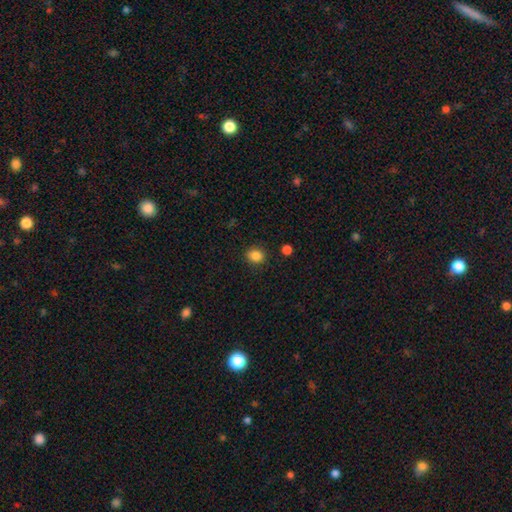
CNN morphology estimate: type=smooth (86%); roundness=round (73%); merging=none (87%).